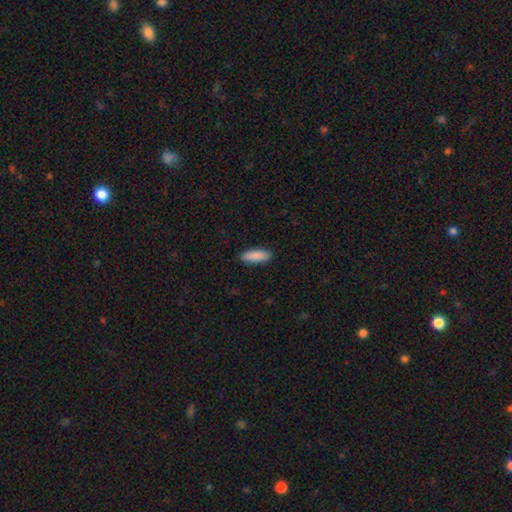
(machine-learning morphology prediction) This appears to be a smooth galaxy with no disk features (90%) that is in between round and cigar-shaped (63%). Merging: none (90%).